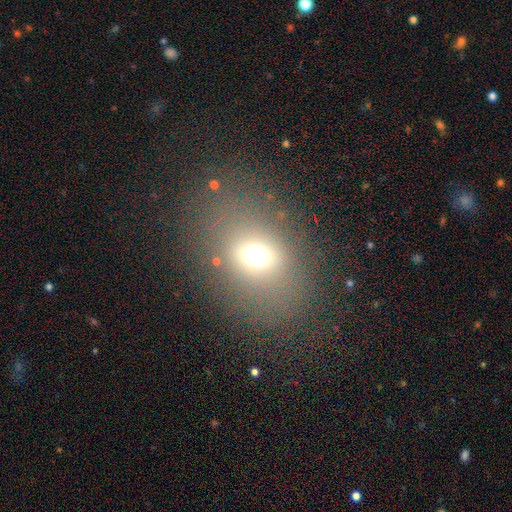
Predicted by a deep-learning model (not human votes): This is likely a smooth galaxy (63%). How rounded: possibly in between (59%). Merging: likely none (73%).